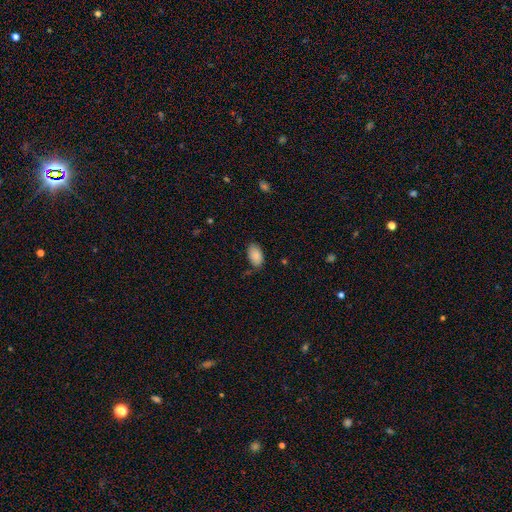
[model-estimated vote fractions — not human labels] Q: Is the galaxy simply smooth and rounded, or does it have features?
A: smooth — 87%.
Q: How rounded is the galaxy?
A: in between — 93%.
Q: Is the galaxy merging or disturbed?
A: none — 78%.